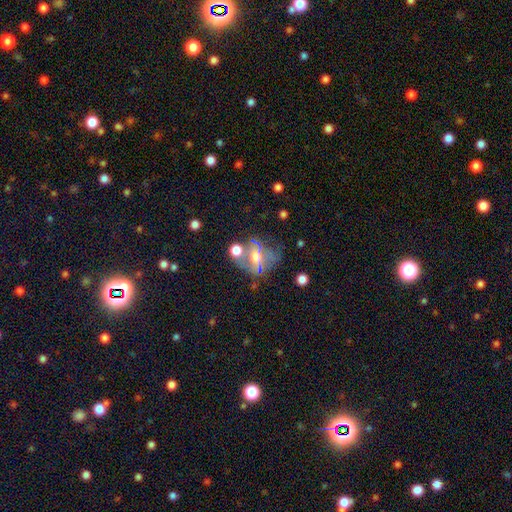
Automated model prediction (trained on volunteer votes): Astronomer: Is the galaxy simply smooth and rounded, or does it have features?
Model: featured or disk — 48% (runner-up: smooth, 35%).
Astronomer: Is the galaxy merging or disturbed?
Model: none — 32% (runner-up: major disturbance, 27%).